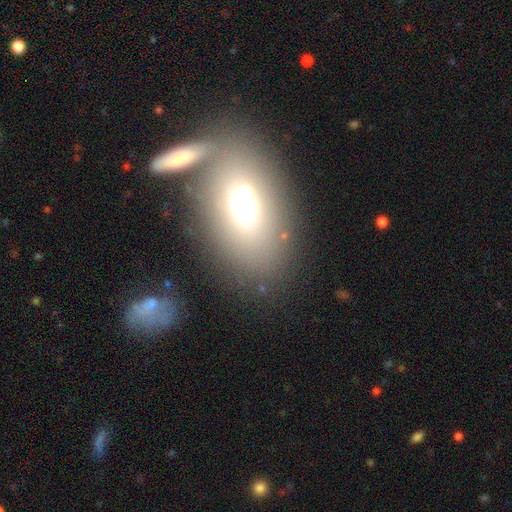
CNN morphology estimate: A smooth galaxy with no disk features (58%) that is in between round and cigar-shaped (86%). Merging: none (58%).